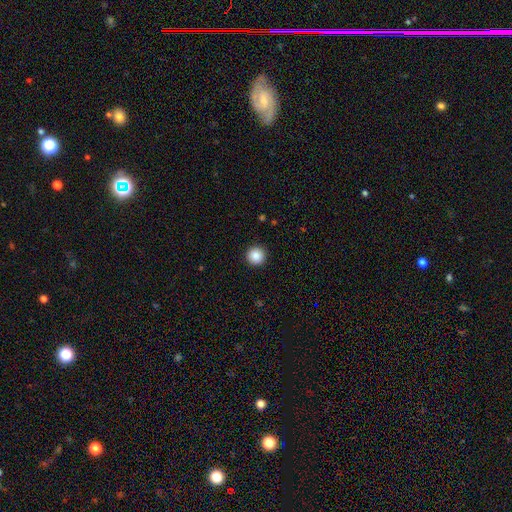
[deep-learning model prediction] Overall: smooth (87%). How rounded: round (96%). Merging: none (93%).